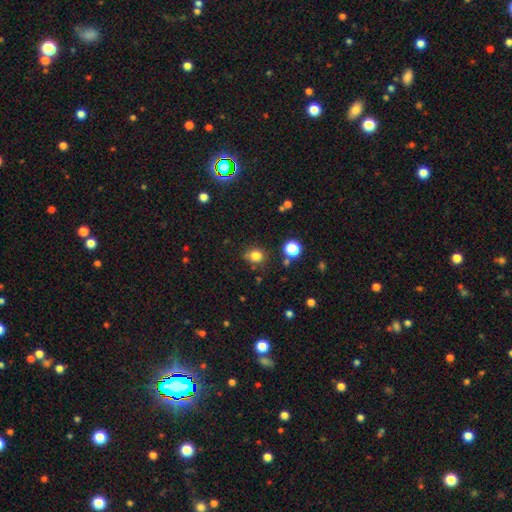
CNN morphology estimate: Smooth or featured? Predicted: smooth (p=0.81). How rounded? Predicted: round (p=0.76). Merging? Predicted: none (p=0.78).